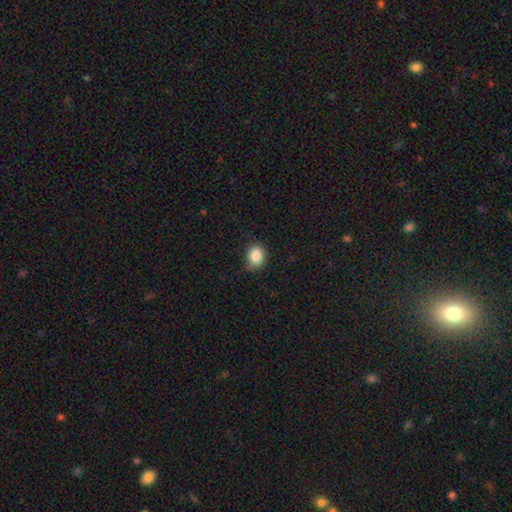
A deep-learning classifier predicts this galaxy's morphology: The model was most divided on "how rounded": round: 59%, in between: 40%, cigar-shaped: 1%. More confident: smooth or featured — smooth (86%); merging — none (75%).